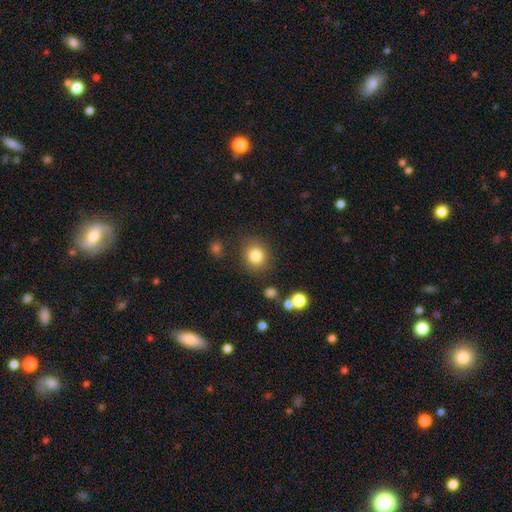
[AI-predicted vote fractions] smooth_or_featured: smooth (p=0.82) [alt: star or artifact p=0.11]
how_rounded: round (p=0.82) [alt: in between p=0.17]
merging: none (p=0.82) [alt: minor disturbance p=0.10]